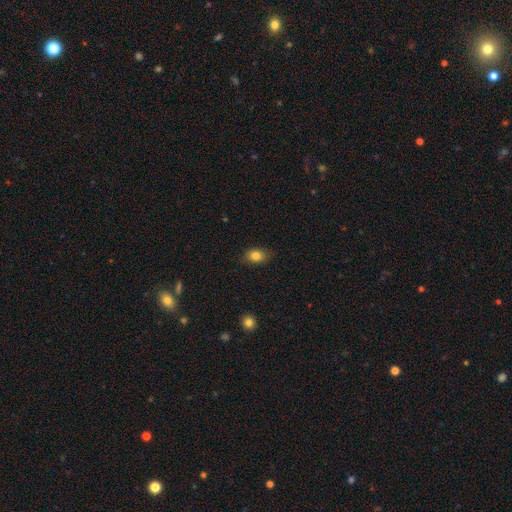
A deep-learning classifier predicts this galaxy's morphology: smooth 83%, star or artifact 10%, featured or disk 8%. Down the decision tree: how rounded — in between (69%); merging — none (81%).